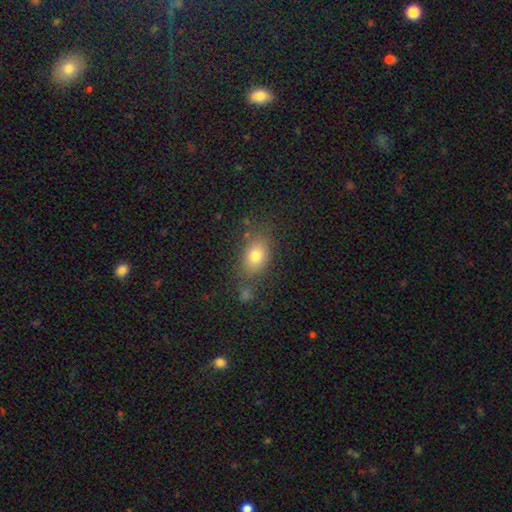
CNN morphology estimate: Smooth or featured? smooth (77%)
How rounded? in between (75%)
Merging? none (70%)